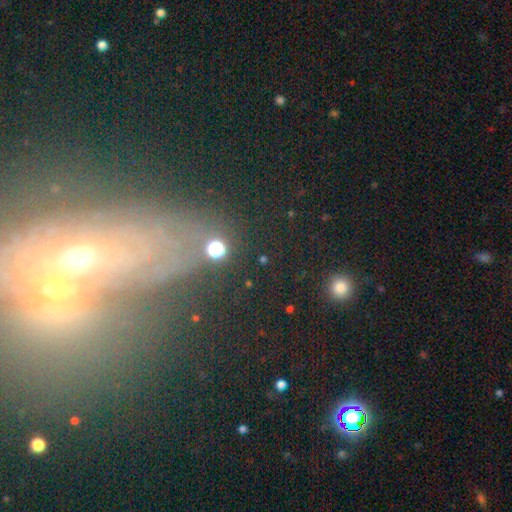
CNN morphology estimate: Smooth or featured? star or artifact (41%)